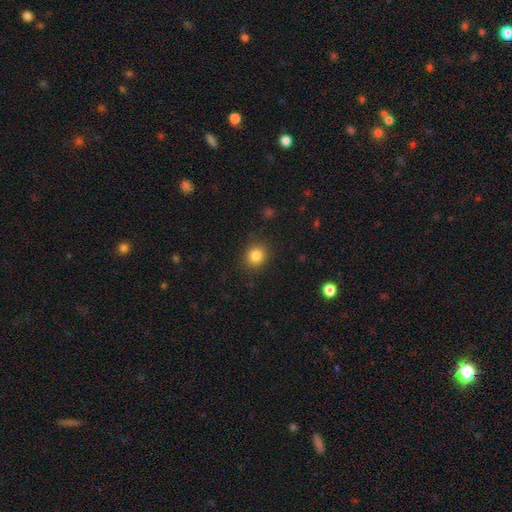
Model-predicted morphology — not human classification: type=smooth (84%); roundness=round (83%); merging=none (88%).